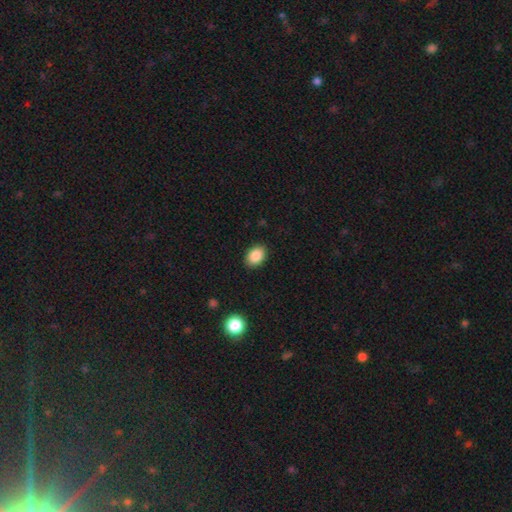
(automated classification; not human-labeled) Morphology: type=smooth (87%); roundness=in between (77%); merging=none (89%).